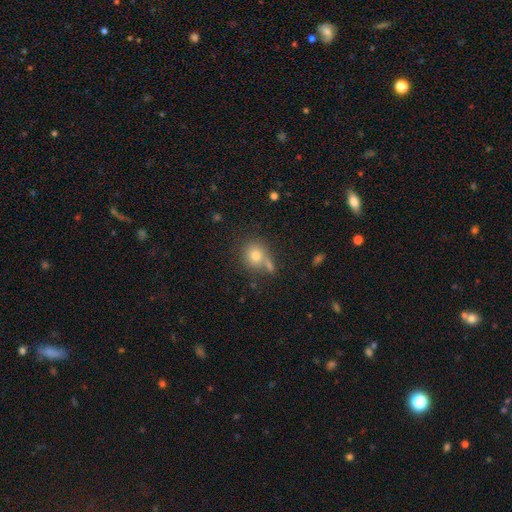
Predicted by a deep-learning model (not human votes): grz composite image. It shows a smooth galaxy with no disk features (76%) that is round (81%). Merging: none (56%).